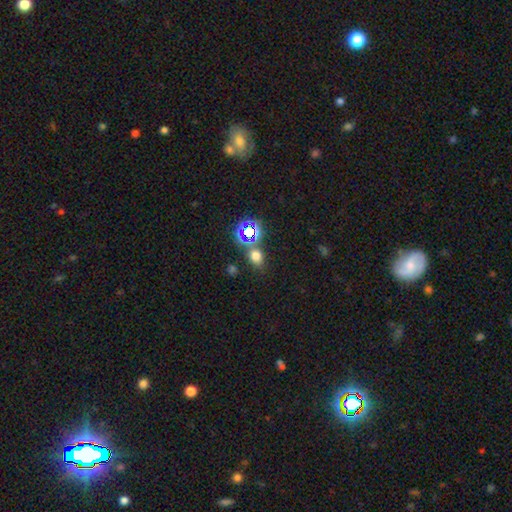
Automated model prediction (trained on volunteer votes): Morphology: type=smooth (61%); roundness=round (53%); merging=none (72%).